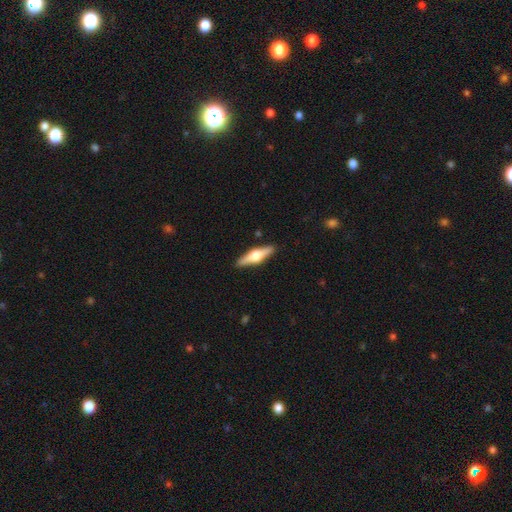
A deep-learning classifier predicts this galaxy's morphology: type=featured or disk (62%); edge-on=yes (96%); edge-on bulge=rounded (94%); merging=none (90%).